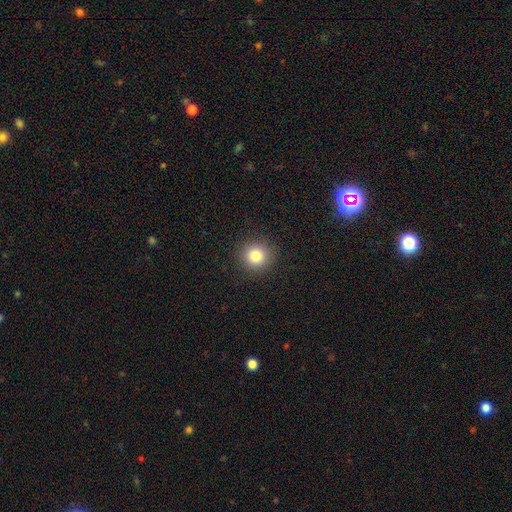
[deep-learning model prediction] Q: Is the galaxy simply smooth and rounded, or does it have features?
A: smooth — 82%.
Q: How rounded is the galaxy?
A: round — 93%.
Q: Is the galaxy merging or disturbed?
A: none — 91%.